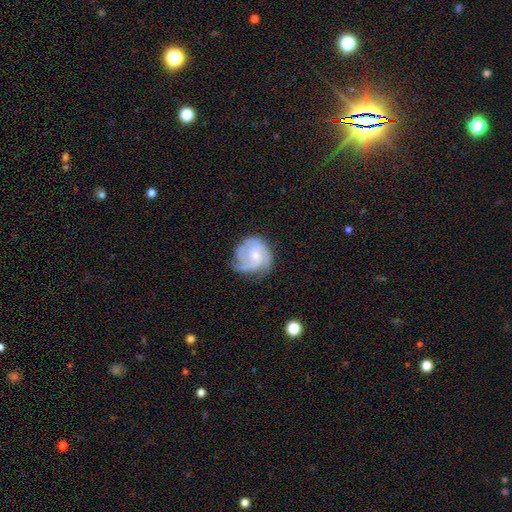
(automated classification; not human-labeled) Overall: featured or disk (72%). Edge-on disk: no (98%). Bar: no (73%). Spiral arms: yes (90%). Spiral arm count: 3 (39%; can't tell 24%). Spiral winding: tight (48%; medium 39%). Bulge size: small (53%; moderate 39%). Merging: none (55%; minor disturbance 28%).